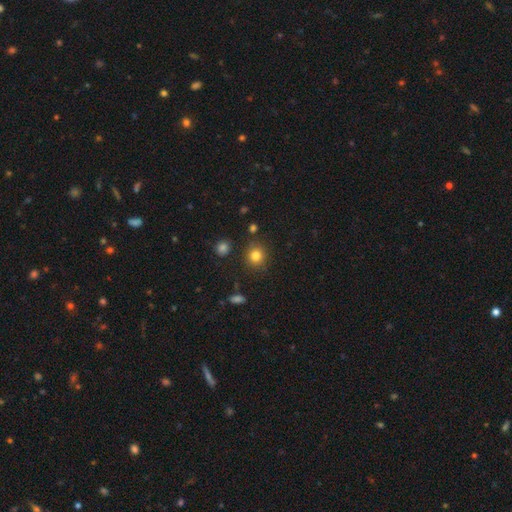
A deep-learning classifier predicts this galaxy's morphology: Smooth or featured: smooth — 82% (star or artifact — 12%)
How rounded: round — 84% (in between — 15%)
Merging: none — 86% (minor disturbance — 9%)